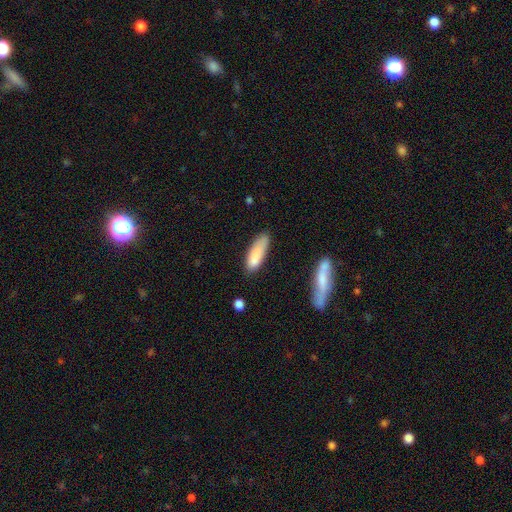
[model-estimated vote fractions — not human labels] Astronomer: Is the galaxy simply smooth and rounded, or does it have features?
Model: smooth — 85%.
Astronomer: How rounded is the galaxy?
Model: in between — 52% (runner-up: cigar-shaped, 46%).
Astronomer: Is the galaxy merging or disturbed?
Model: none — 64%.